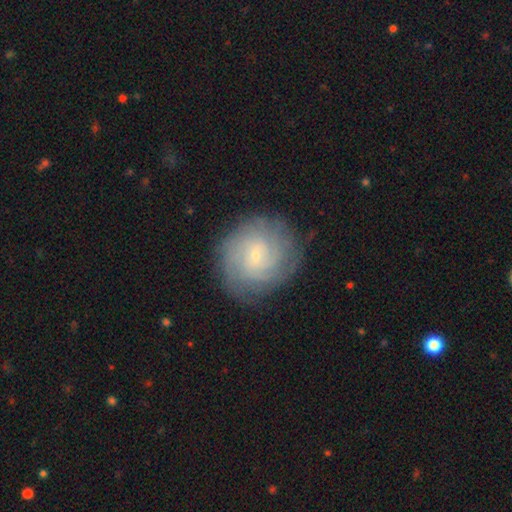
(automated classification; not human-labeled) This appears to be a featured or disk galaxy (69%) with no bar (65%), tight (73%) spiral arms (91%) and a small central bulge (83%). Merging: none (81%).